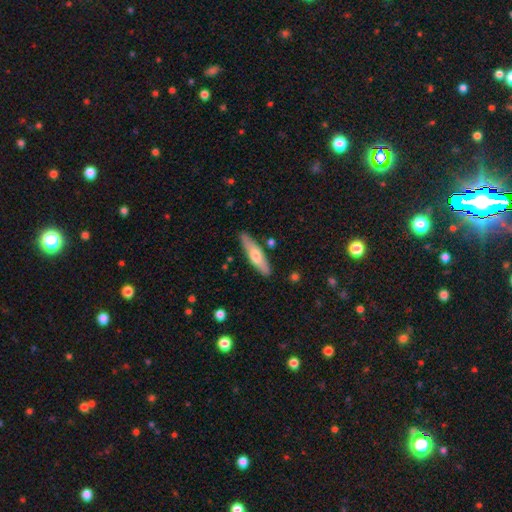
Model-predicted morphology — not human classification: Smooth or featured? Predicted: smooth (p=0.56). How rounded? Predicted: cigar-shaped (p=0.73). Merging? Predicted: none (p=0.85).